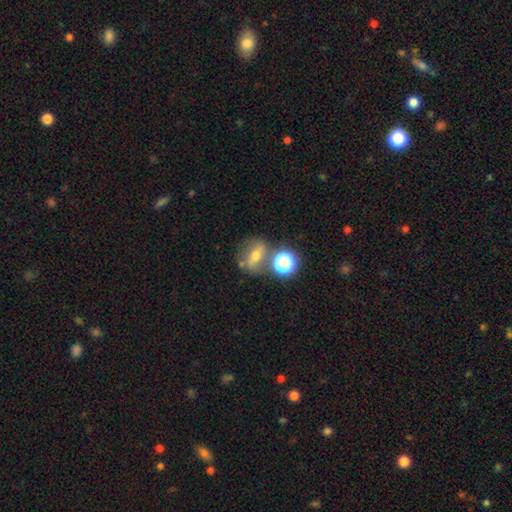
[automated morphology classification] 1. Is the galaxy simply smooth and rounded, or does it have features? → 44% smooth, 37% featured or disk, 20% star or artifact.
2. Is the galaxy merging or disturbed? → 58% none, 22% merger, 14% minor disturbance, 7% major disturbance.